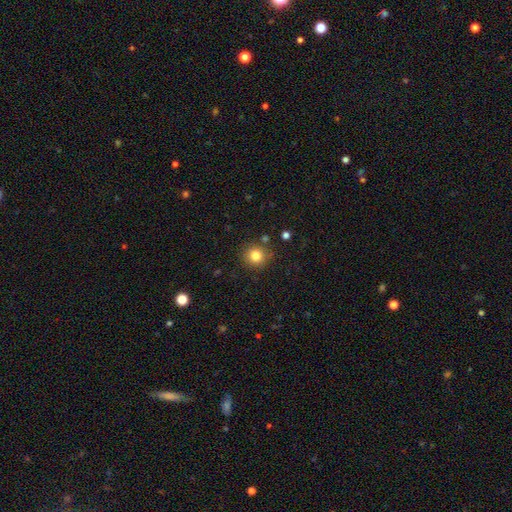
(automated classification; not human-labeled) A smooth galaxy with no disk features (82%) that is round (91%).

Vote fractions:
- Smooth or featured? smooth: 82% / star or artifact: 12% / featured or disk: 6%
- How rounded? round: 91% / in between: 8% / cigar-shaped: 1%
- Merging? none: 86% / minor disturbance: 8% / merger: 3% / major disturbance: 3%